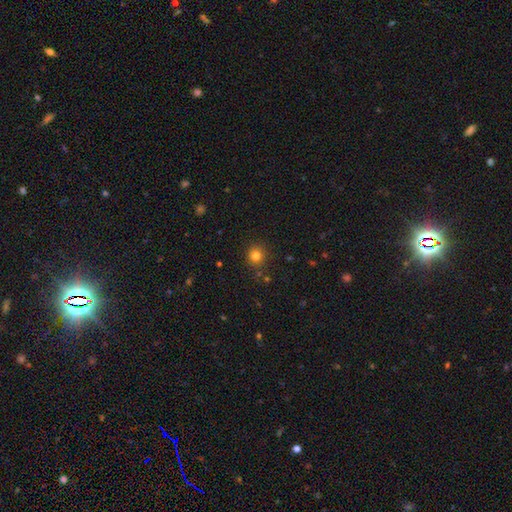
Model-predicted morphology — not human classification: A smooth galaxy with no disk features (79%) that is round (91%). Merging: none (89%).